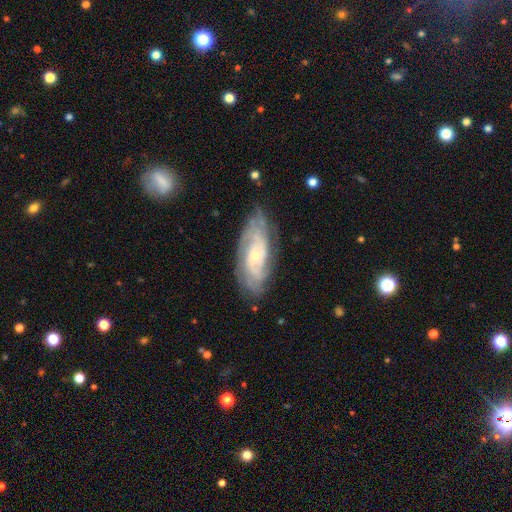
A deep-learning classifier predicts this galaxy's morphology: Smooth or featured? featured or disk (84%)
Edge-on disk? no (92%)
Bar? no (69%)
Spiral arms? yes (95%)
Spiral winding? tight (66%)
Spiral arm count? can't tell (34%)
Bulge size? small (66%)
Merging? none (74%)